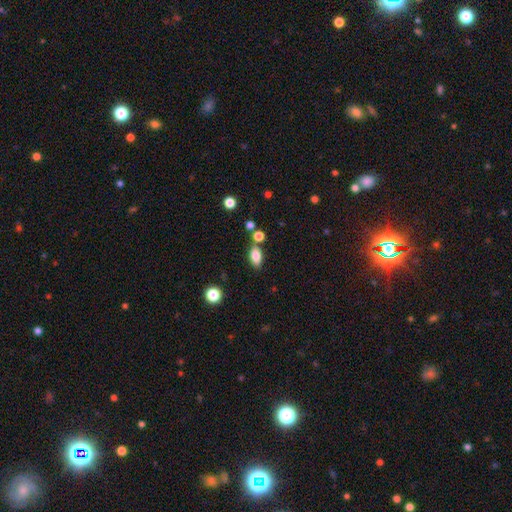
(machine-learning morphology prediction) Overall: smooth (82%). How rounded: in between (87%). Merging: none (73%).